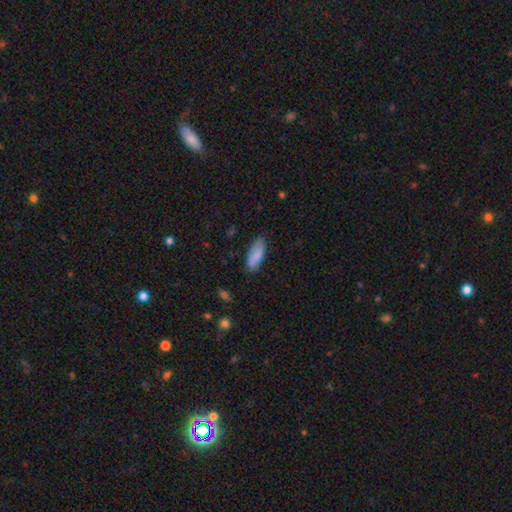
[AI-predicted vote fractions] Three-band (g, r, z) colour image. It shows a smooth galaxy with no disk features (85%) that is in between round and cigar-shaped (77%). Merging: none (74%).